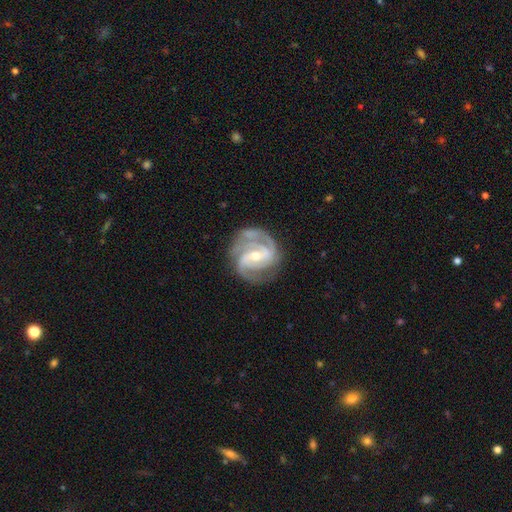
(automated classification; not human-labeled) featured or disk 92%, star or artifact 4%, smooth 4%. Down the decision tree: edge-on disk — no (98%); bar — weak (45%); spiral arms — yes (98%); spiral arm count — 3 (47%); spiral winding — tight (50%); bulge size — moderate (49%); merging — none (75%).